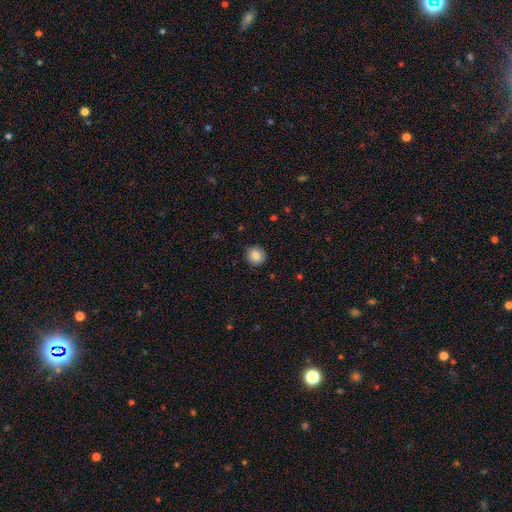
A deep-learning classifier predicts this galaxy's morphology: Smooth or featured: smooth — 84% (star or artifact — 9%)
How rounded: round — 90% (in between — 9%)
Merging: none — 89% (minor disturbance — 8%)